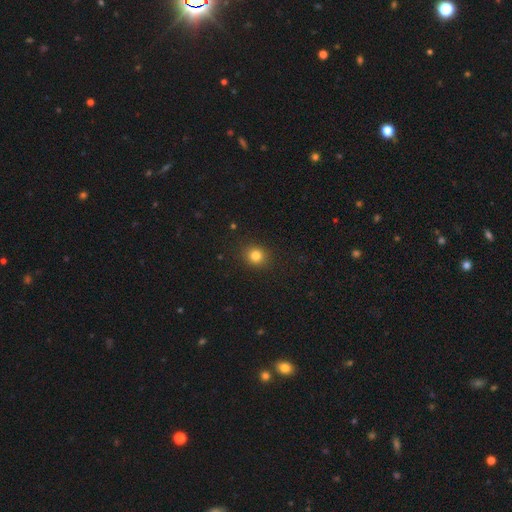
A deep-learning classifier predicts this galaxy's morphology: Overall: smooth (82%). How rounded: round (82%). Merging: none (90%).